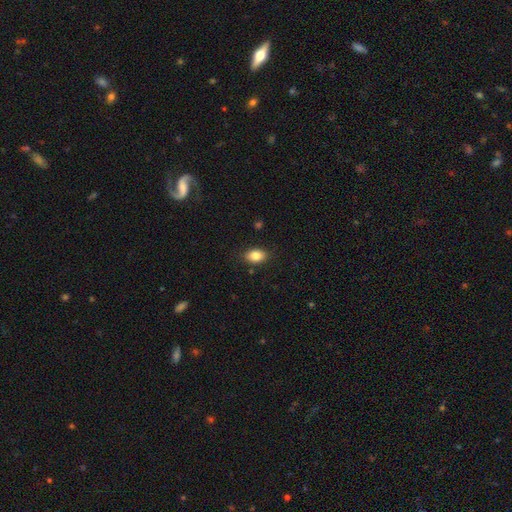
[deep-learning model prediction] Morphology: type=smooth (85%); roundness=in between (84%); merging=none (86%).